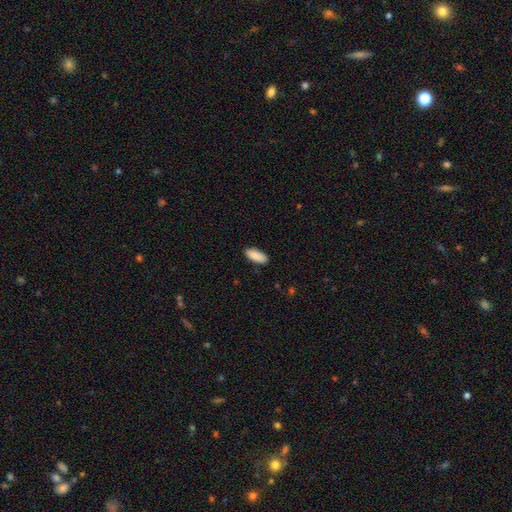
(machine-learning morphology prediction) type=smooth (90%); roundness=in between (85%); merging=none (88%).